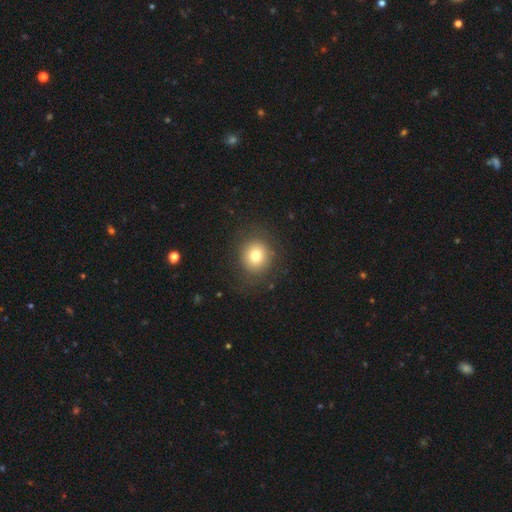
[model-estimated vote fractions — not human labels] smooth 76%, star or artifact 12%, featured or disk 11%. Down the decision tree: how rounded — round (88%); merging — none (84%).